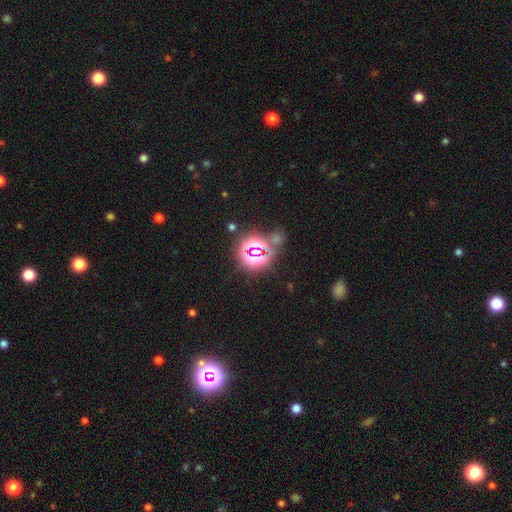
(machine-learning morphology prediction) This is likely a star or artifact rather than a galaxy (80%).